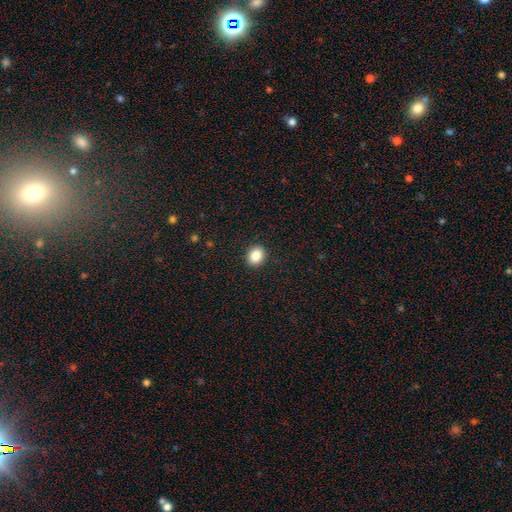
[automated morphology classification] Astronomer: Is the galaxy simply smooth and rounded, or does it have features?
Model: smooth — 86%.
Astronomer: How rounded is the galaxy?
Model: round — 54% (runner-up: in between, 45%).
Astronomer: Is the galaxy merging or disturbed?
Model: none — 91%.